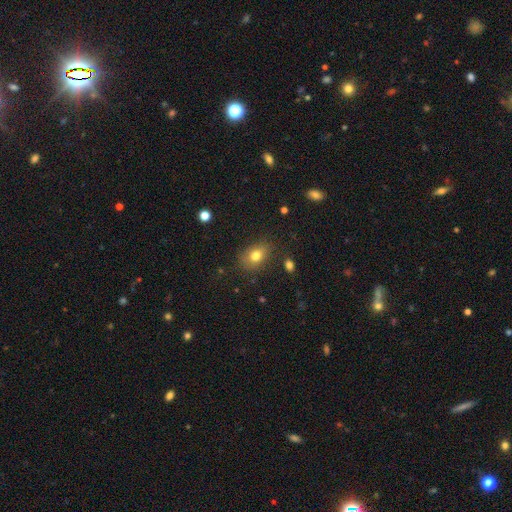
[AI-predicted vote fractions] A smooth galaxy with no disk features (78%) that is in between round and cigar-shaped (66%). Merging: none (77%).